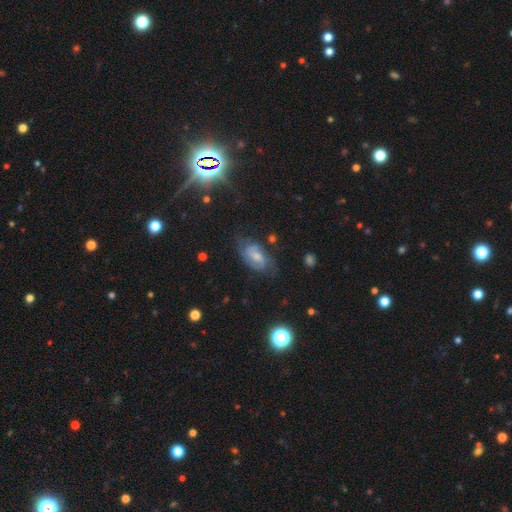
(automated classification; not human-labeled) Morphology: type=featured or disk (72%); edge-on=no (96%); bar=weak (51%); spiral arms=yes (92%); winding=medium (46%); arm count=2 (73%); bulge=moderate (44%); merging=none (65%).